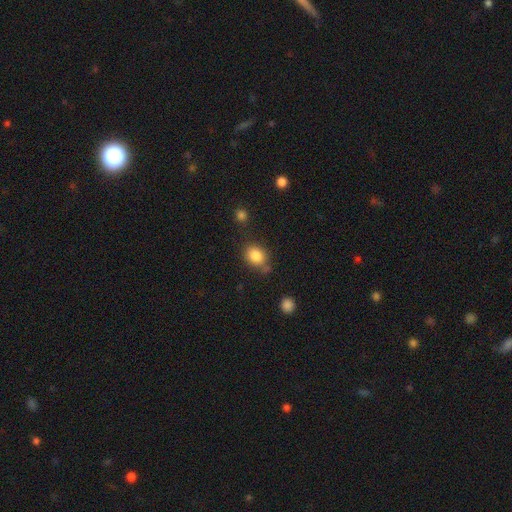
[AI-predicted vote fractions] smooth 84%, star or artifact 9%, featured or disk 6%. Down the decision tree: how rounded — in between (53%); merging — none (61%).